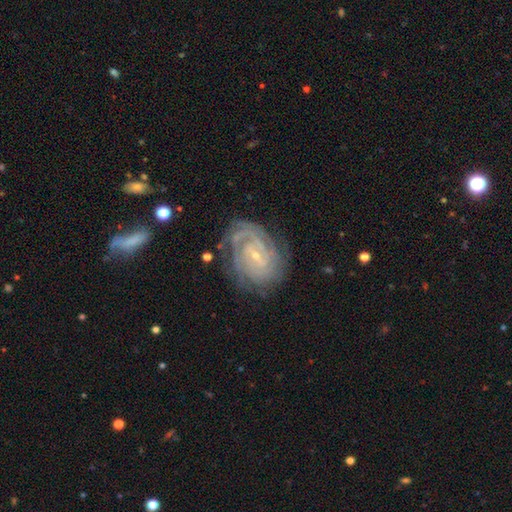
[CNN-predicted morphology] Smooth or featured?
  - featured or disk: 86% *
  - smooth: 8%
  - star or artifact: 7%
Edge-on disk?
  - no: 97% *
  - yes: 3%
Bar?
  - weak: 45% *
  - no: 39%
  - strong: 16%
Spiral arms?
  - yes: 97% *
  - no: 3%
Spiral winding?
  - tight: 77% *
  - medium: 20%
  - loose: 4%
Spiral arm count?
  - can't tell: 30% *
  - 2: 22%
  - 3: 20%
  - 4: 16%
  - more than 4: 7%
  - 1: 6%
Bulge size?
  - small: 80% *
  - moderate: 15%
  - none: 3%
  - large: 1%
  - dominant: 1%
Merging?
  - none: 72% *
  - minor disturbance: 18%
  - major disturbance: 8%
  - merger: 2%